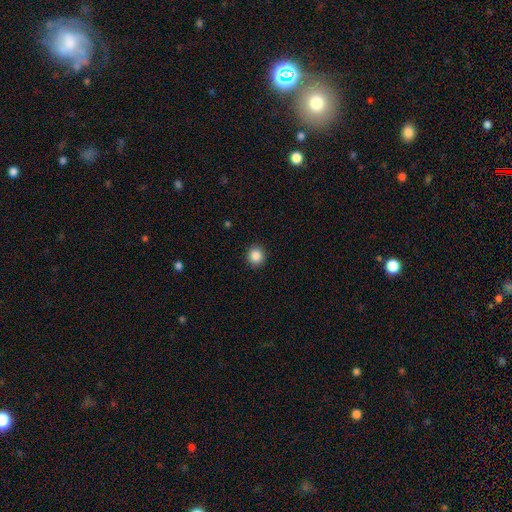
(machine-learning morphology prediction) The model was most divided on "smooth or featured": smooth: 86%, star or artifact: 10%, featured or disk: 4%. More confident: merging — none (92%); how rounded — round (88%).